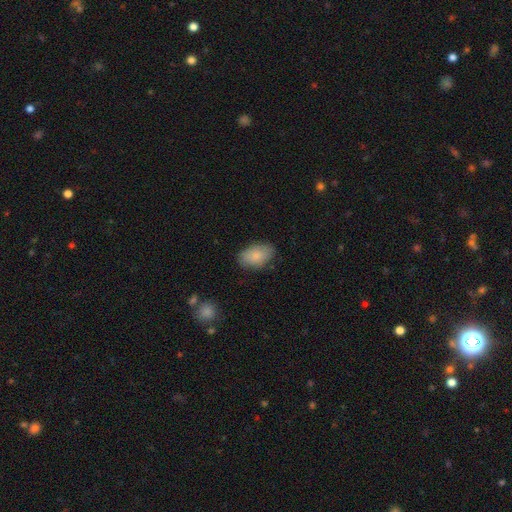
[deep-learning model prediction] A smooth galaxy with no disk features (85%) that is in between round and cigar-shaped (91%). Merging: none (79%).